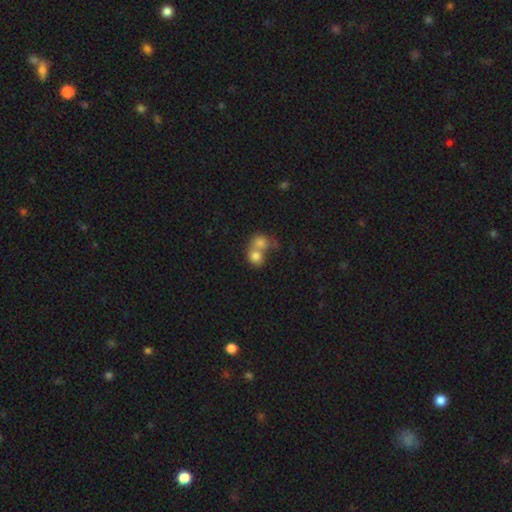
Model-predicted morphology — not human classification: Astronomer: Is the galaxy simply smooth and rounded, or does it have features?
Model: smooth — 77%.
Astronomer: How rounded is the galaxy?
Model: round — 70%.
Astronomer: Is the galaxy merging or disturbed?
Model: merger — 70%.